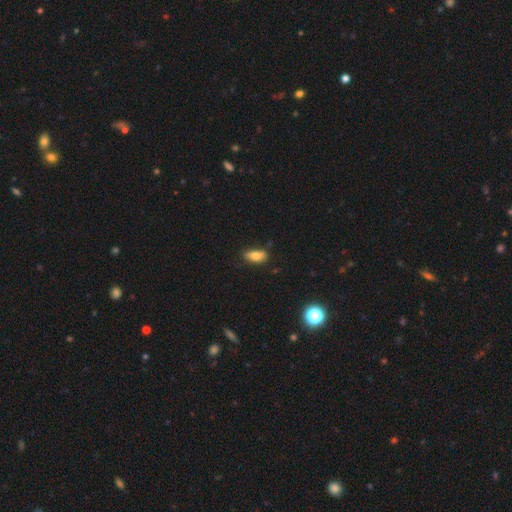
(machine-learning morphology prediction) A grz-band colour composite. It shows a smooth galaxy with no disk features (77%) that is in between round and cigar-shaped (82%). Merging: none (71%).